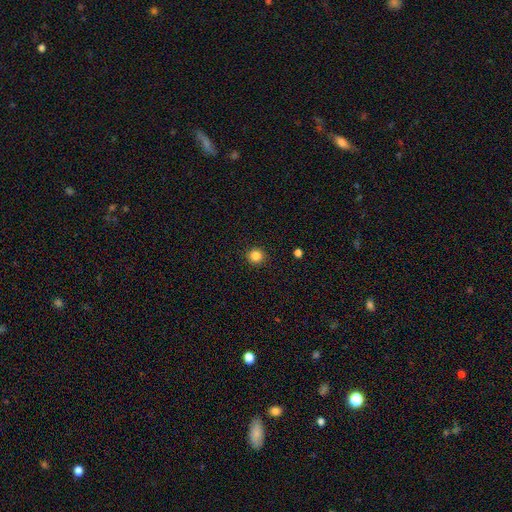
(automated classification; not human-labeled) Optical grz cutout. It shows a smooth galaxy with no disk features (84%) that is round (93%). Merging: none (93%).